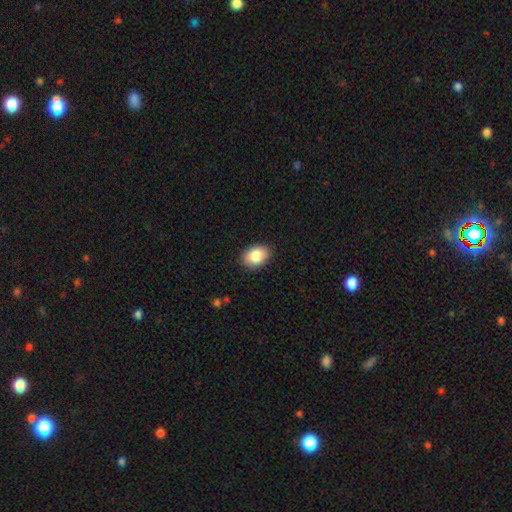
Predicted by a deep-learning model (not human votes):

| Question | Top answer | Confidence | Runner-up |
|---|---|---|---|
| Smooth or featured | smooth | 86% | star or artifact (7%) |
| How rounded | in between | 80% | round (19%) |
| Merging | none | 87% | minor disturbance (10%) |